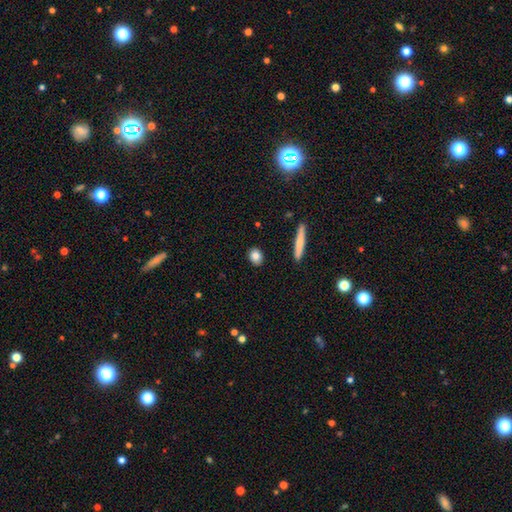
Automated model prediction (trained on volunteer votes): Smooth or featured? Predicted: smooth (p=0.83). How rounded? Predicted: in between (p=0.52). Merging? Predicted: none (p=0.89).